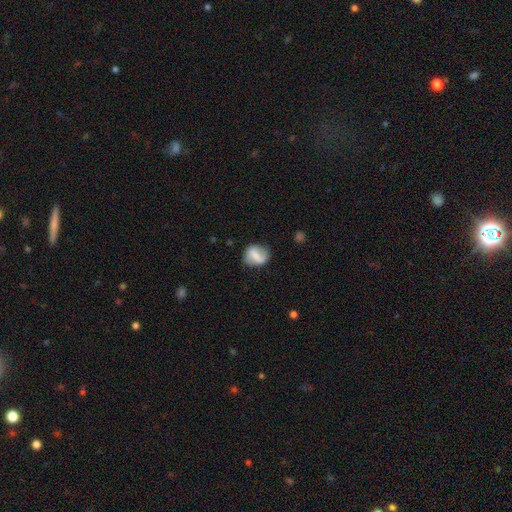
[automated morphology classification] The model was most divided on "smooth or featured": featured or disk: 49%, smooth: 43%, star or artifact: 8%. More confident: merging — none (74%).